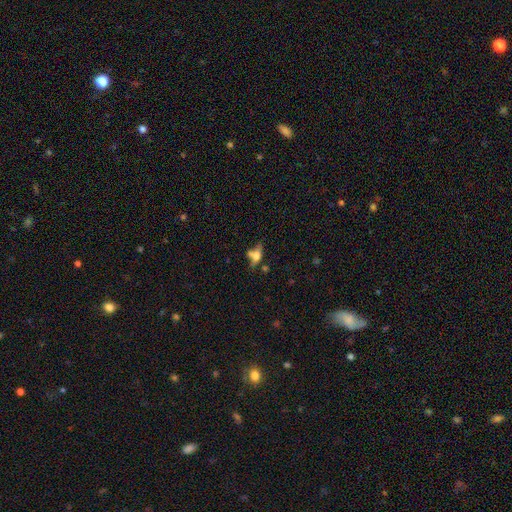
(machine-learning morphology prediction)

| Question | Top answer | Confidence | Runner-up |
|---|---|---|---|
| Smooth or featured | smooth | 46% | featured or disk (41%) |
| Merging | none | 45% | merger (24%) |